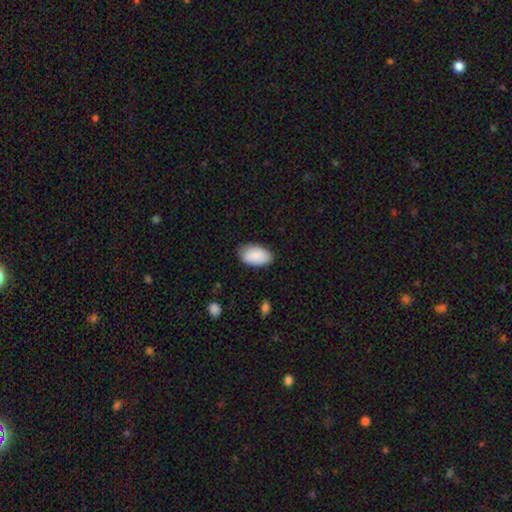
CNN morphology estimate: A smooth galaxy with no disk features (89%) that is in between round and cigar-shaped (95%).

Vote fractions:
- Smooth or featured? smooth: 89% / star or artifact: 6% / featured or disk: 5%
- How rounded? in between: 95% / round: 4% / cigar-shaped: 1%
- Merging? none: 81% / minor disturbance: 15% / major disturbance: 3% / merger: 1%